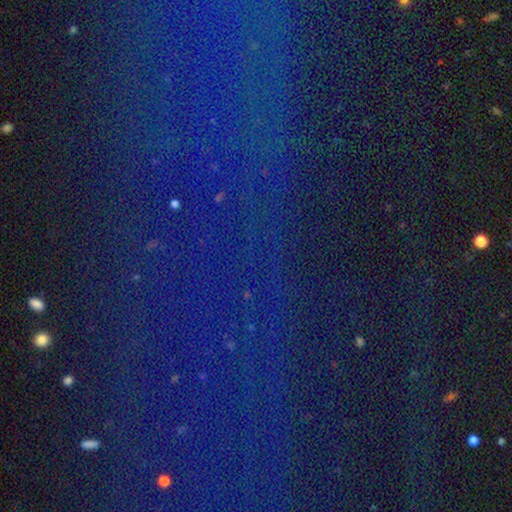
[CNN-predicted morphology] Smooth or featured? star or artifact (83%)